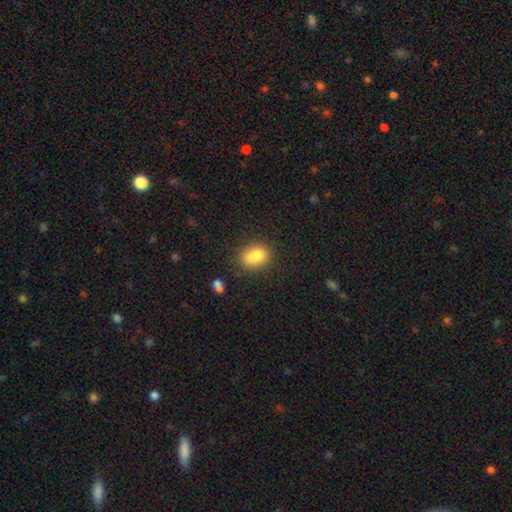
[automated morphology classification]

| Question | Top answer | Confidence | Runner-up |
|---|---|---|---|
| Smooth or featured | smooth | 75% | featured or disk (16%) |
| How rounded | in between | 60% | round (38%) |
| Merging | none | 40% | tied: merger (40%) |